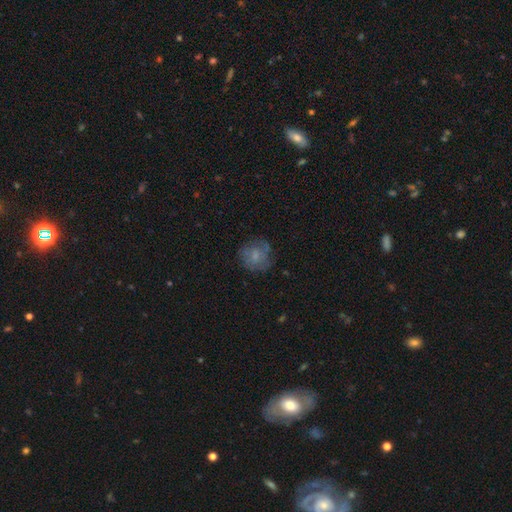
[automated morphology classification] smooth-or-featured: smooth: 58% | featured or disk: 33% | star or artifact: 10%
  how-rounded: round: 82% | in between: 17% | cigar-shaped: 1%
  merging: none: 67% | minor disturbance: 20% | major disturbance: 12% | merger: 2%